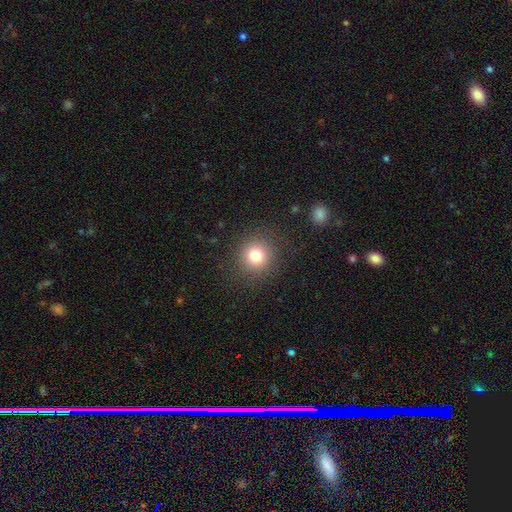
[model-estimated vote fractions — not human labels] This is likely a smooth galaxy (78%). How rounded: clearly round (92%). Merging: clearly none (89%).